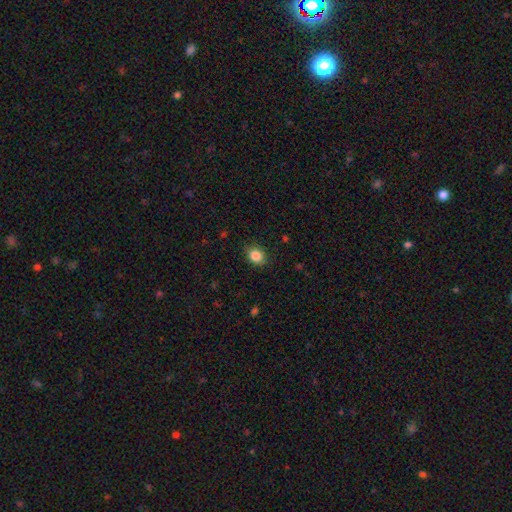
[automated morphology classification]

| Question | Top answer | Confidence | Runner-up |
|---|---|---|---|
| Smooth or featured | smooth | 86% | star or artifact (9%) |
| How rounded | round | 54% | in between (45%) |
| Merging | none | 84% | minor disturbance (12%) |